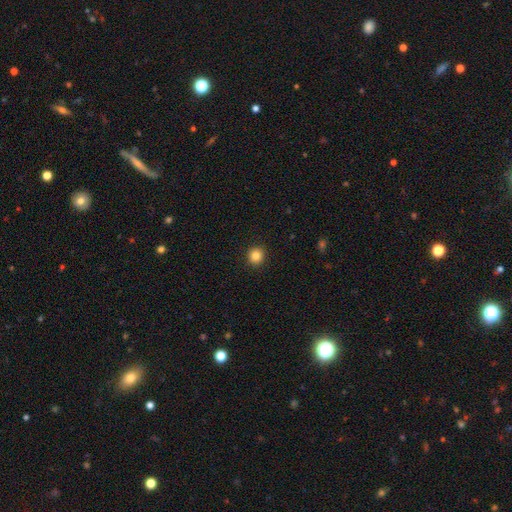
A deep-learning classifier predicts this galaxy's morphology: The model was most divided on "smooth or featured": smooth: 85%, star or artifact: 11%, featured or disk: 4%. More confident: merging — none (92%); how rounded — round (91%).